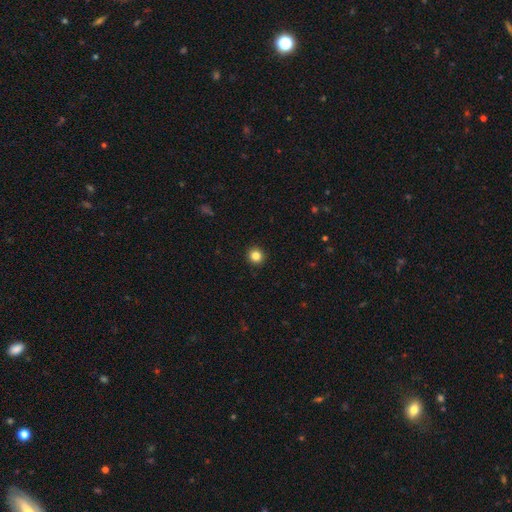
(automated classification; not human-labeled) A smooth galaxy with no disk features (84%) that is round (94%).

Vote fractions:
- Smooth or featured? smooth: 84% / star or artifact: 11% / featured or disk: 5%
- How rounded? round: 94% / in between: 5% / cigar-shaped: 1%
- Merging? none: 93% / minor disturbance: 4% / major disturbance: 1% / merger: 1%